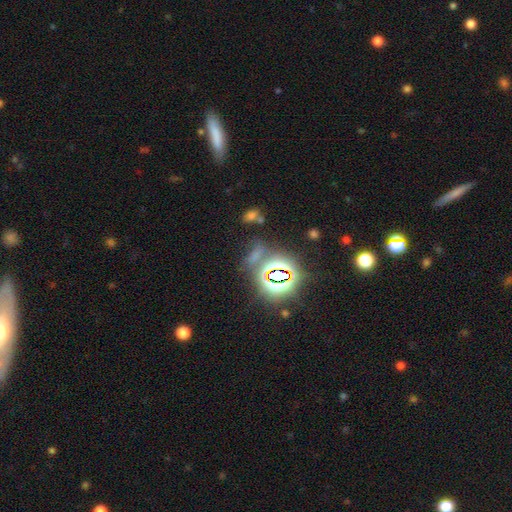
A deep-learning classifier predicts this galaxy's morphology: smooth_or_featured: star or artifact (p=0.65) [alt: smooth p=0.26]